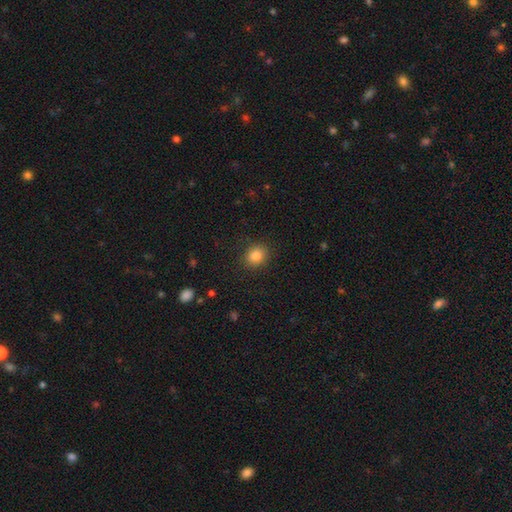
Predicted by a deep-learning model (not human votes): Q: Smooth or featured?
A: smooth (85%); runner-up: star or artifact (10%)
Q: How rounded?
A: round (67%); runner-up: in between (32%)
Q: Merging?
A: none (87%); runner-up: minor disturbance (9%)